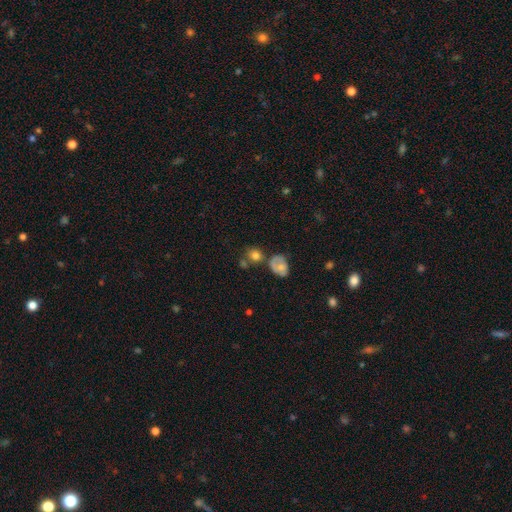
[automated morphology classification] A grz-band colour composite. It shows a smooth galaxy with no disk features (74%) that is round (78%). Merging: none (56%).